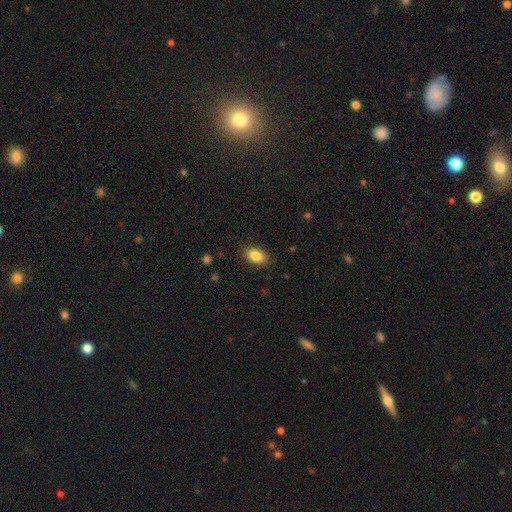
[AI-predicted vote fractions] This is clearly a smooth galaxy (86%). How rounded: clearly in between (88%). Merging: clearly none (87%).